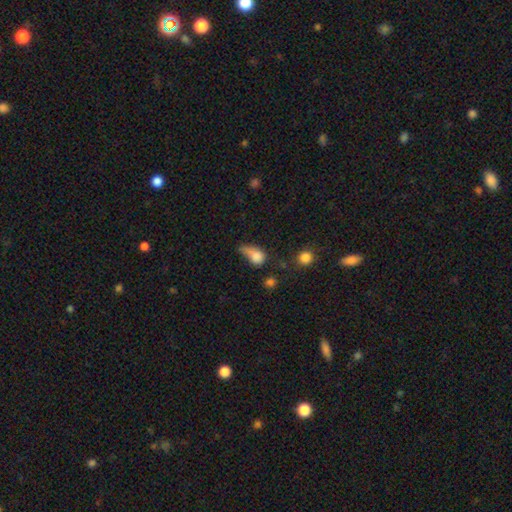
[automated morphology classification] smooth_or_featured: smooth (p=0.74) [alt: featured or disk p=0.15]
how_rounded: in between (p=0.64) [alt: round p=0.30]
merging: major disturbance (p=0.39) [alt: minor disturbance p=0.27]